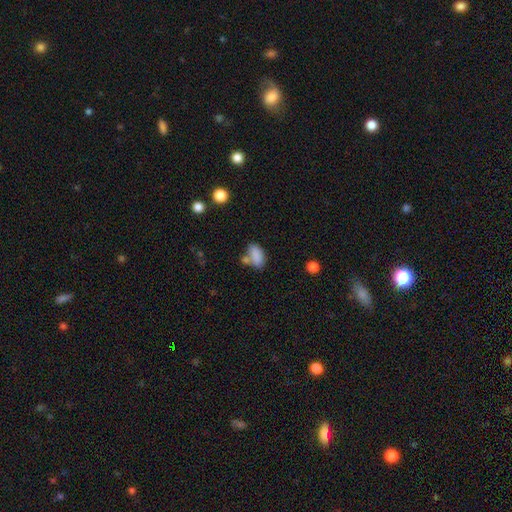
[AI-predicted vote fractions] This appears to be a smooth galaxy with no disk features (84%) that is in between round and cigar-shaped (92%). Merging: none (51%).